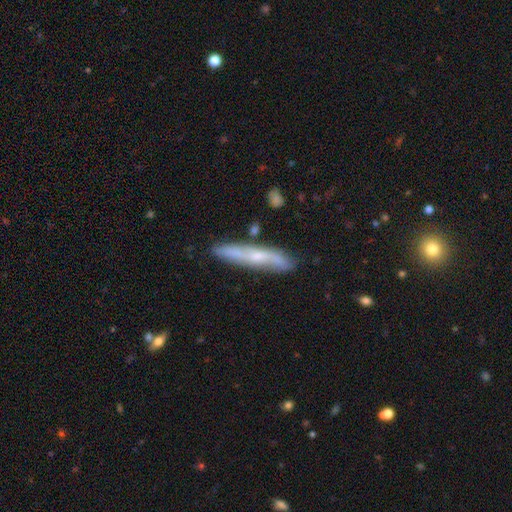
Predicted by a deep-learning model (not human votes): Smooth or featured? Predicted: featured or disk (p=0.56). Edge-on disk? Predicted: yes (p=0.66). Merging? Predicted: none (p=0.79).